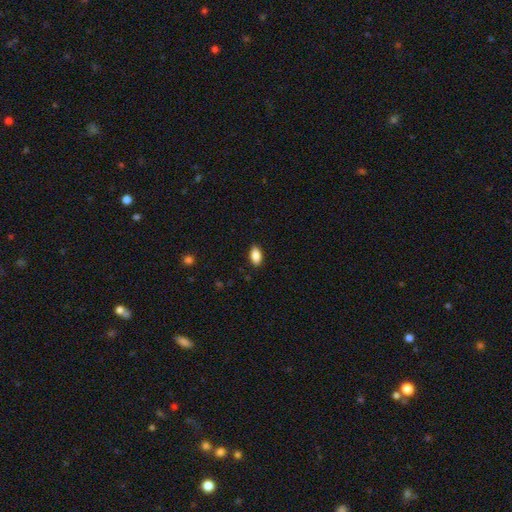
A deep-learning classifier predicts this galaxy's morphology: Overall: smooth (87%). How rounded: in between (91%). Merging: none (88%).